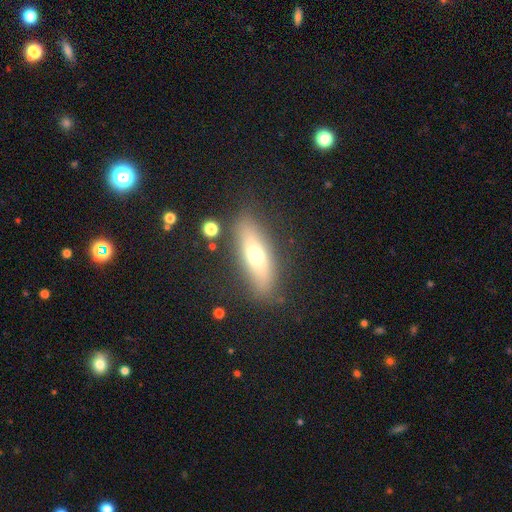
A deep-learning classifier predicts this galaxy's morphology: Smooth or featured: smooth — 56% (featured or disk — 37%)
How rounded: cigar-shaped — 52% (in between — 45%)
Merging: none — 82% (minor disturbance — 12%)